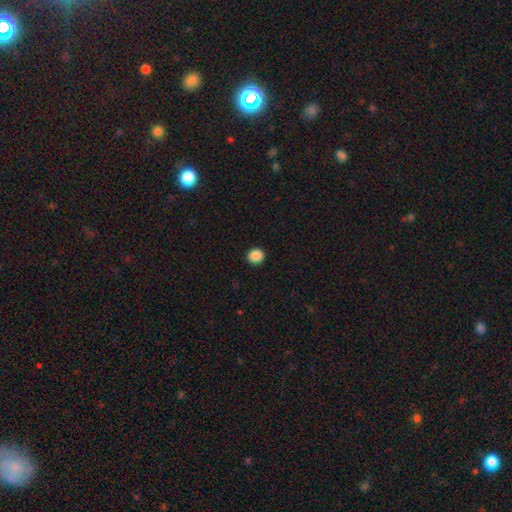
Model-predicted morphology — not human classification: The model was most divided on "smooth or featured": smooth: 88%, star or artifact: 10%, featured or disk: 3%. More confident: merging — none (93%); how rounded — round (92%).